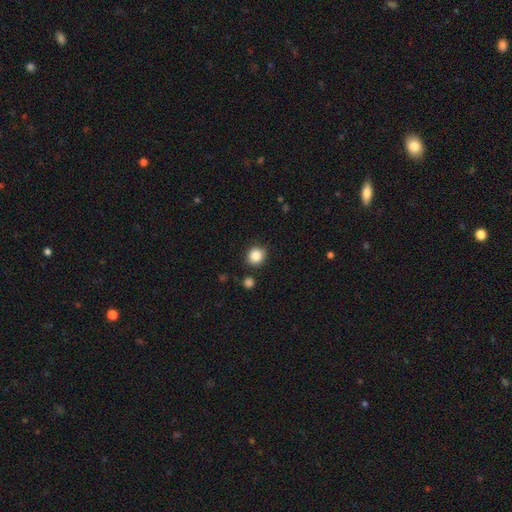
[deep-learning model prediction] Smooth or featured?
  - smooth: 86% *
  - star or artifact: 10%
  - featured or disk: 4%
How rounded?
  - round: 82% *
  - in between: 17%
  - cigar-shaped: 1%
Merging?
  - none: 86% *
  - minor disturbance: 8%
  - merger: 3%
  - major disturbance: 2%